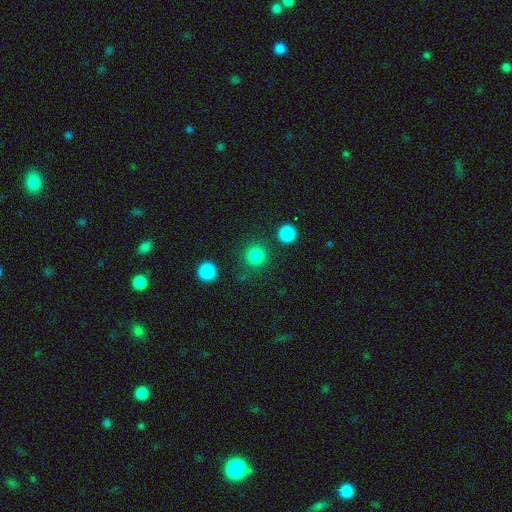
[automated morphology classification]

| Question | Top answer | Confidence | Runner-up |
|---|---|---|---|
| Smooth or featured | smooth | 83% | star or artifact (13%) |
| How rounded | round | 95% | in between (4%) |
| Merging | none | 86% | minor disturbance (7%) |